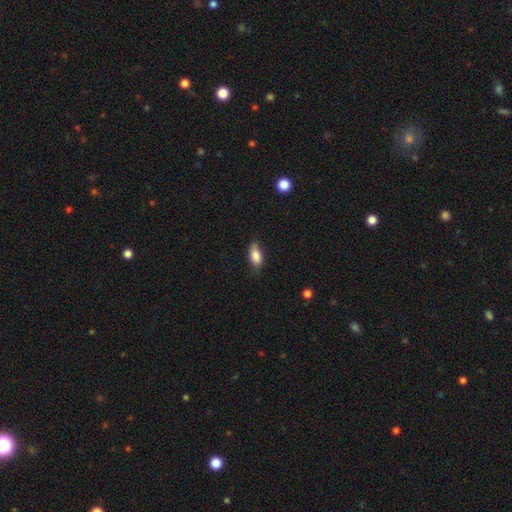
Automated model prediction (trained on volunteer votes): This appears to be a smooth galaxy with no disk features (83%) that is in between round and cigar-shaped (87%). Merging: none (68%).